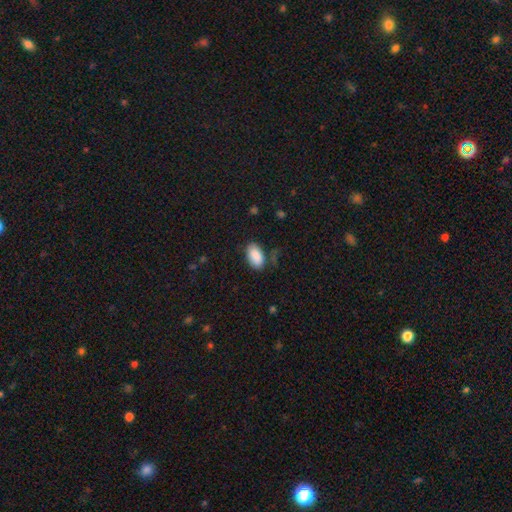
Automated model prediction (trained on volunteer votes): Overall: smooth (88%). How rounded: in between (94%). Merging: none (75%).